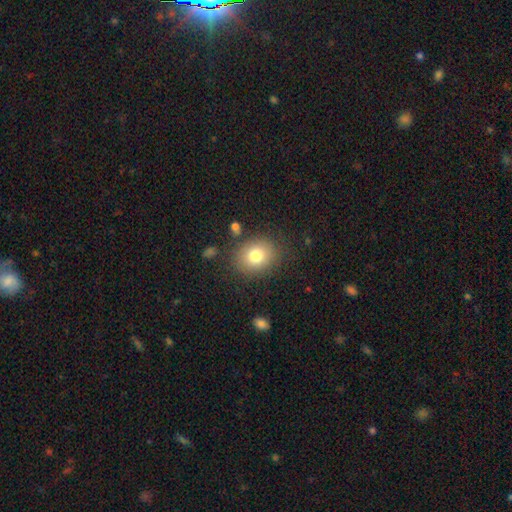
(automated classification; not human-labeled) This is likely a smooth galaxy (79%). How rounded: possibly round (53%). Merging: clearly none (82%).